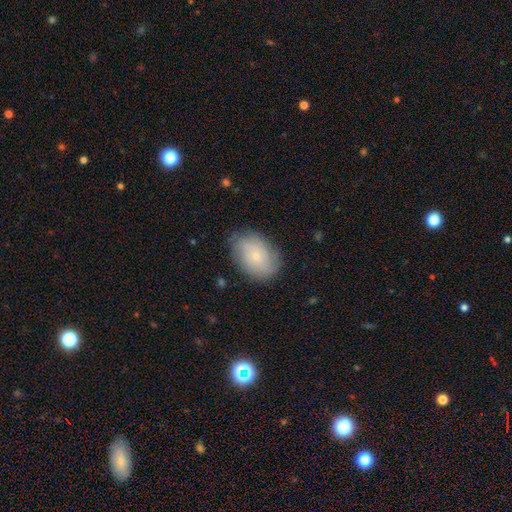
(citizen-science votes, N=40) Volunteers were most divided on "smooth or featured": smooth: 62%, featured or disk: 28%, star or artifact: 10%. More confident: merging — none (86%); how rounded — in between (72%).